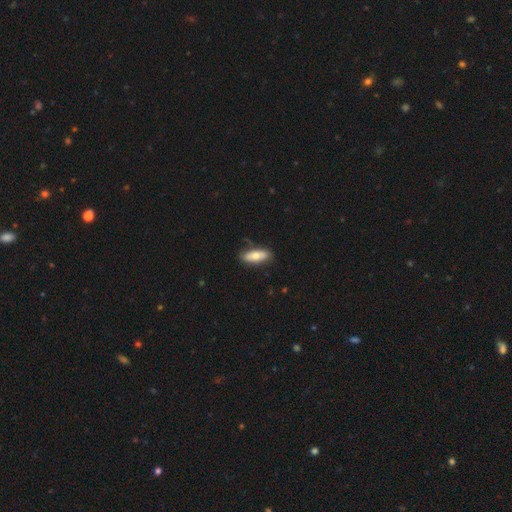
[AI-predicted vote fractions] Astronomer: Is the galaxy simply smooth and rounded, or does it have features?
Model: smooth — 69%.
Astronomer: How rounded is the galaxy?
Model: in between — 72%.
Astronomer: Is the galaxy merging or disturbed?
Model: none — 78%.